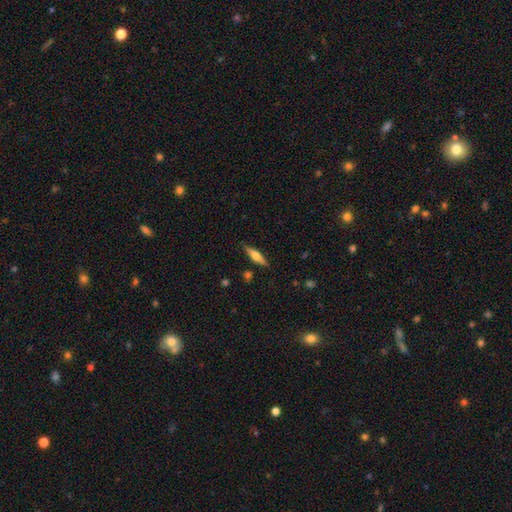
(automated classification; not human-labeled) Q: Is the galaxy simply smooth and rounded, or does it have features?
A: featured or disk — 53%.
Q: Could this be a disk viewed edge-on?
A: yes — 95%.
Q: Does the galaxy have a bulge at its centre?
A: rounded — 91%.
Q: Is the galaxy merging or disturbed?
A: none — 86%.